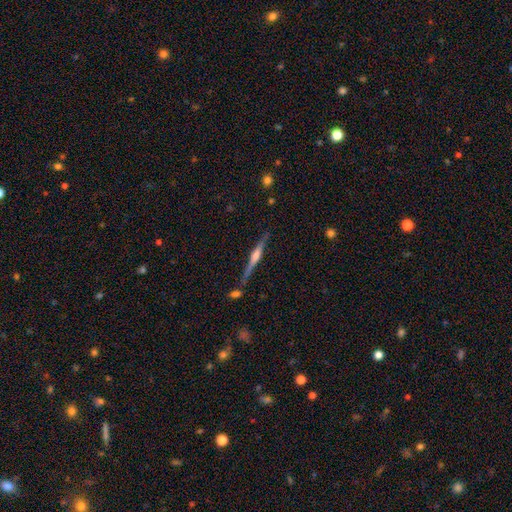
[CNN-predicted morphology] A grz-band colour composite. It shows a featured or disk galaxy (77%) viewed edge-on (98%) with a rounded central bulge (79%). Merging: none (79%).